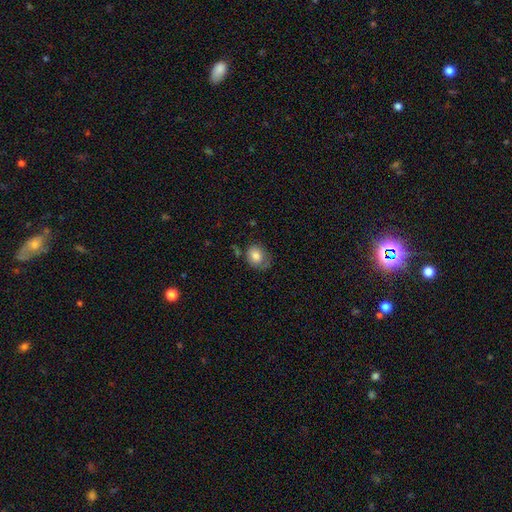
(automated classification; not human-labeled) This appears to be a smooth galaxy with no disk features (80%) that is round (53%). Merging: none (56%).